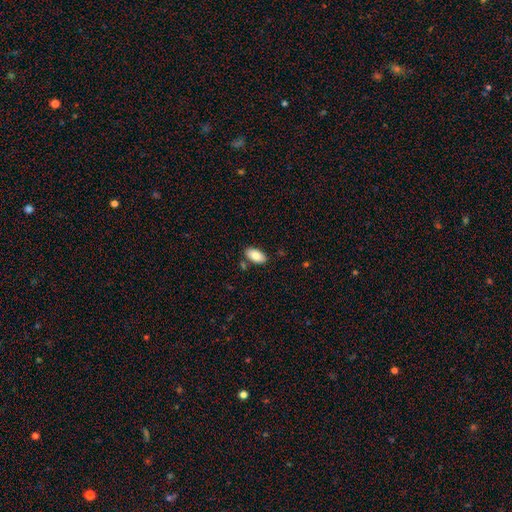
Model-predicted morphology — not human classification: This appears to be a smooth galaxy with no disk features (83%) that is in between round and cigar-shaped (94%). Merging: none (82%).